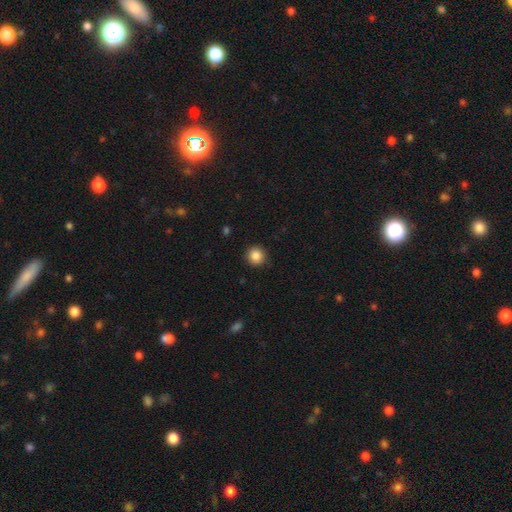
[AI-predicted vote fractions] Smooth or featured: smooth — 86% (star or artifact — 10%)
How rounded: round — 92% (in between — 7%)
Merging: none — 88% (minor disturbance — 9%)